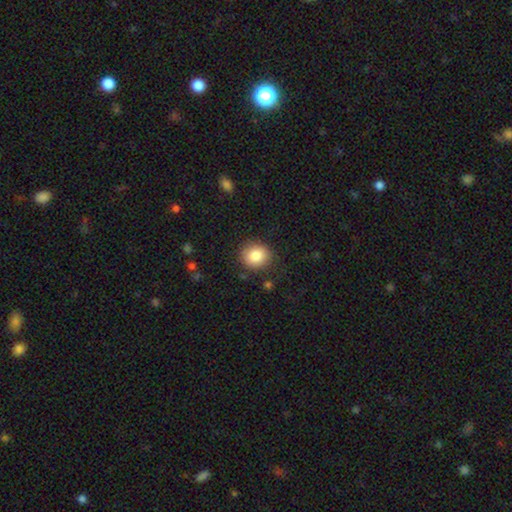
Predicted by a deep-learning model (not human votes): The model was most divided on "how rounded": round: 79%, in between: 20%, cigar-shaped: 1%. More confident: merging — none (87%); smooth or featured — smooth (85%).